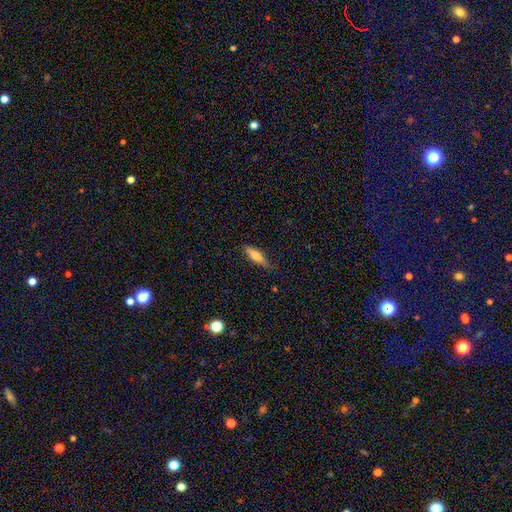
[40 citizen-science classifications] A smooth galaxy with no disk features (78%) that is in between round and cigar-shaped (55%).

Vote fractions:
- Smooth or featured? smooth: 78% / featured or disk: 20% / star or artifact: 2%
- How rounded? in between: 55% / cigar-shaped: 42% / round: 3%
- Merging? none: 62% / minor disturbance: 38% / major disturbance: 0% / merger: 0%